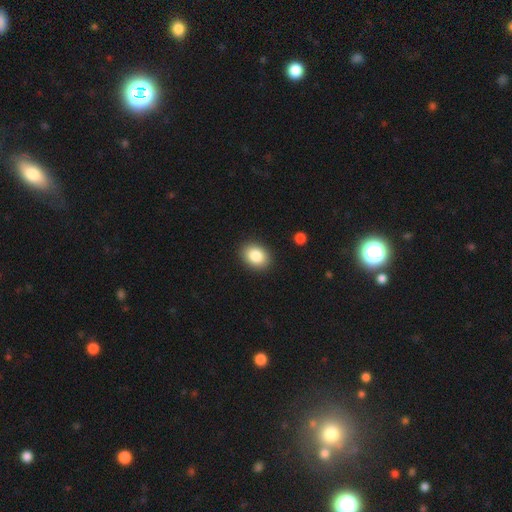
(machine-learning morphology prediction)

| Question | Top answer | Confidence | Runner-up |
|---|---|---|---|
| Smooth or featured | smooth | 85% | star or artifact (8%) |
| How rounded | in between | 65% | round (34%) |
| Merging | none | 90% | minor disturbance (7%) |